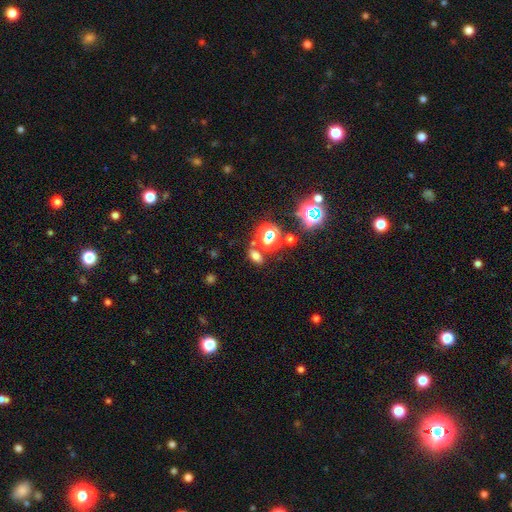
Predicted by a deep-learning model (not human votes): Smooth or featured?
  - smooth: 64% *
  - star or artifact: 28%
  - featured or disk: 8%
How rounded?
  - in between: 73% *
  - round: 23%
  - cigar-shaped: 4%
Merging?
  - none: 77% *
  - minor disturbance: 10%
  - merger: 9%
  - major disturbance: 4%